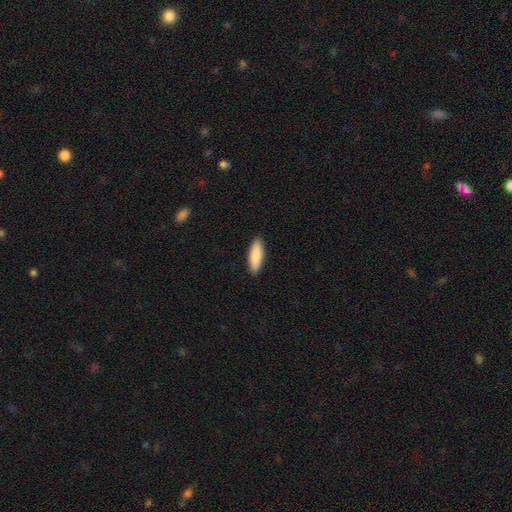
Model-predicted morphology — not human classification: This is clearly a smooth galaxy (87%). How rounded: possibly in between (56%). Merging: clearly none (91%).